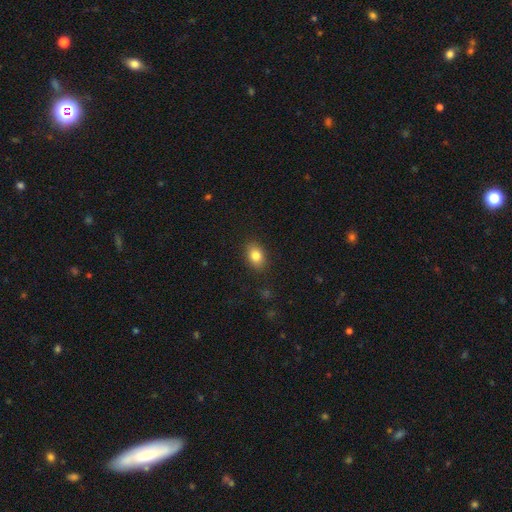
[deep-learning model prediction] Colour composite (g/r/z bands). It shows a smooth galaxy with no disk features (83%) that is in between round and cigar-shaped (77%). Merging: none (87%).